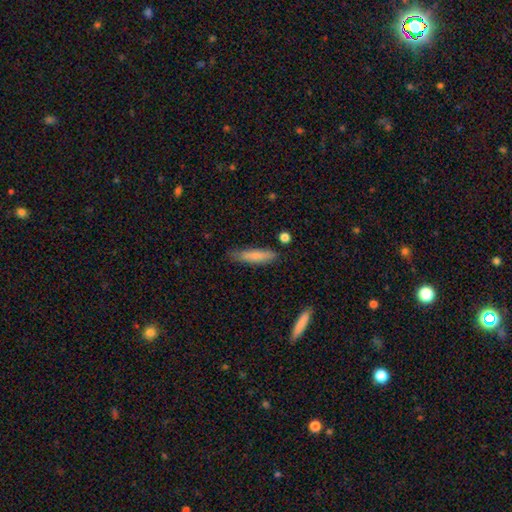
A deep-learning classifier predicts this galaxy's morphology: type=smooth (76%); roundness=cigar-shaped (79%); merging=none (76%).